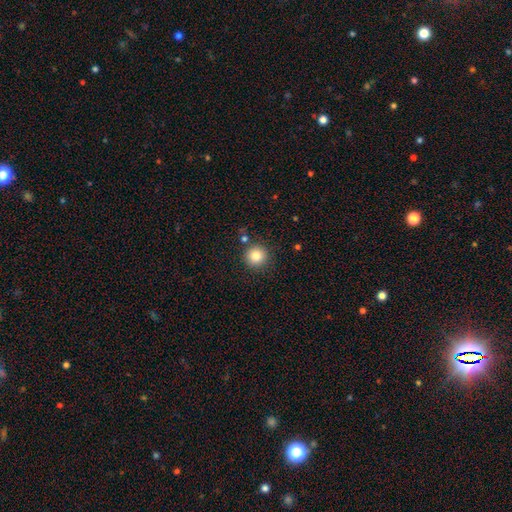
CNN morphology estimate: smooth-or-featured: smooth: 83% | star or artifact: 11% | featured or disk: 6%
  how-rounded: round: 95% | in between: 4% | cigar-shaped: 1%
  merging: none: 86% | minor disturbance: 7% | merger: 4% | major disturbance: 3%